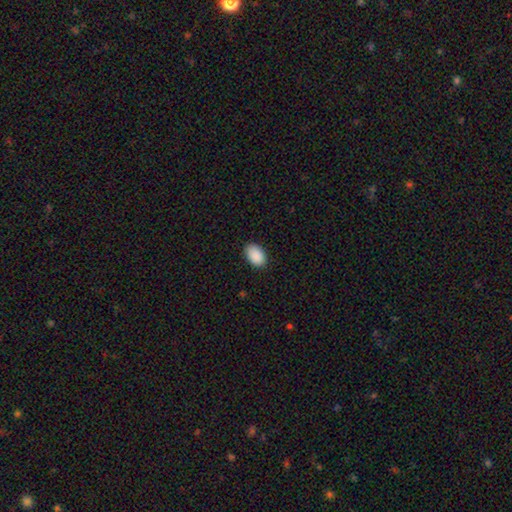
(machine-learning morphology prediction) Smooth or featured: smooth — 91% (star or artifact — 7%)
How rounded: in between — 90% (round — 9%)
Merging: none — 86% (minor disturbance — 11%)